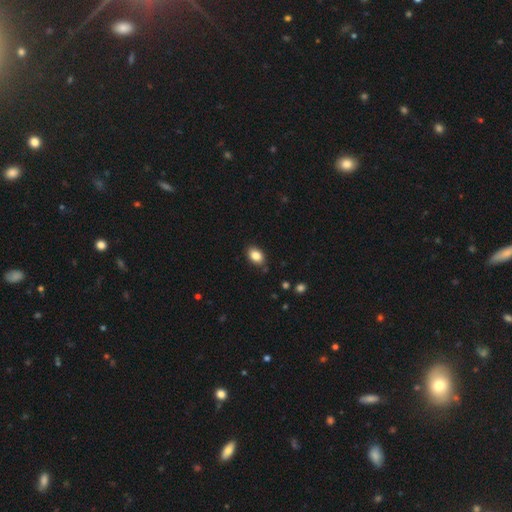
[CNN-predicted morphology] smooth-or-featured: smooth: 85% | star or artifact: 9% | featured or disk: 6%
  how-rounded: in between: 82% | round: 17% | cigar-shaped: 1%
  merging: none: 84% | minor disturbance: 12% | major disturbance: 2% | merger: 2%